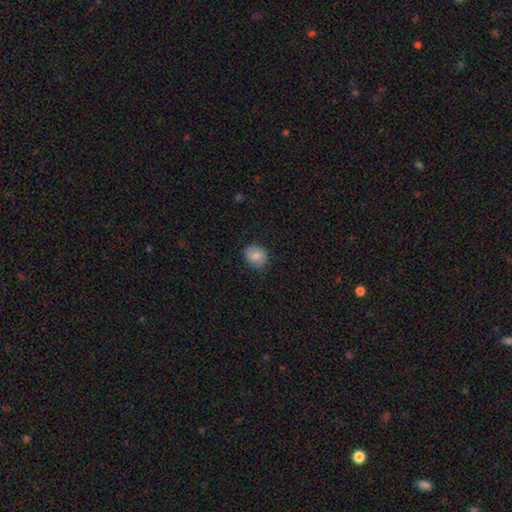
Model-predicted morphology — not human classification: A smooth galaxy with no disk features (80%) that is round (66%). Merging: none (82%).